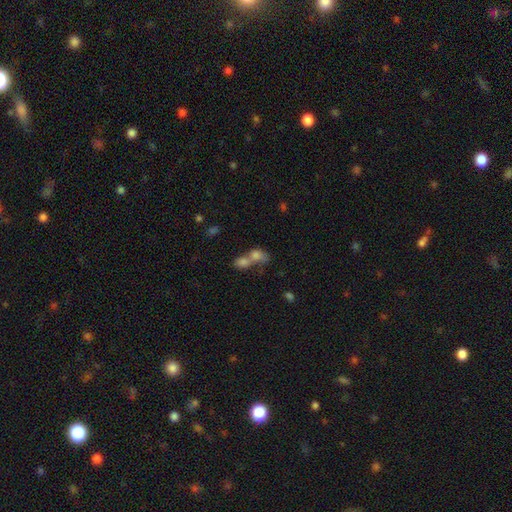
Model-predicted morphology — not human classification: The model was most divided on "how rounded": in between: 69%, round: 27%, cigar-shaped: 4%. More confident: smooth or featured — smooth (72%); merging — merger (72%).